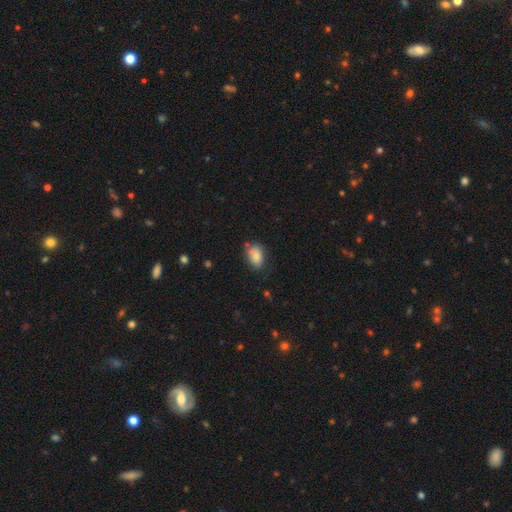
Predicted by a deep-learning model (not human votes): A smooth galaxy with no disk features (82%) that is in between round and cigar-shaped (87%).

Vote fractions:
- Smooth or featured? smooth: 82% / featured or disk: 10% / star or artifact: 8%
- How rounded? in between: 87% / round: 11% / cigar-shaped: 2%
- Merging? none: 62% / minor disturbance: 25% / merger: 8% / major disturbance: 6%